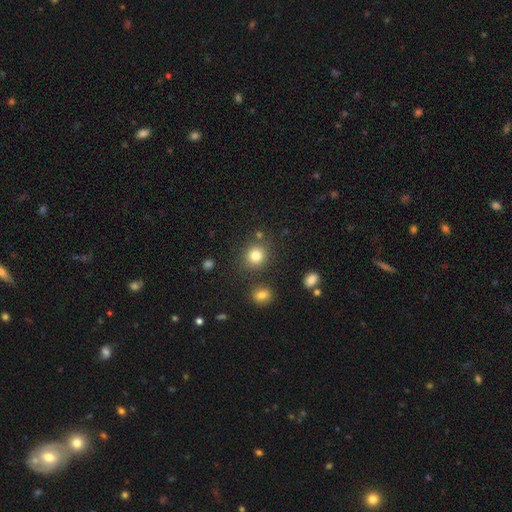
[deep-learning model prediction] The model was most divided on "smooth or featured": smooth: 82%, star or artifact: 12%, featured or disk: 6%. More confident: how rounded — round (86%); merging — none (81%).